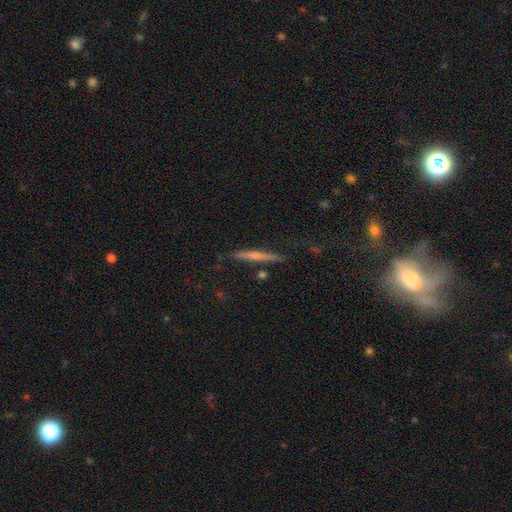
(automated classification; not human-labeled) Q: Smooth or featured?
A: featured or disk (47%); runner-up: smooth (46%)
Q: Merging?
A: none (83%); runner-up: minor disturbance (12%)